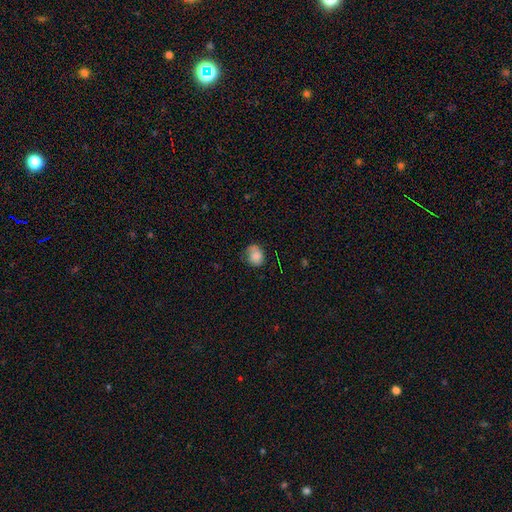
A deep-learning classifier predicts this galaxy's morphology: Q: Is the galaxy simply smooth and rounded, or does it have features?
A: smooth — 72%.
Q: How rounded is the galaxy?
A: round — 55%.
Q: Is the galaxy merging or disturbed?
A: none — 51%.